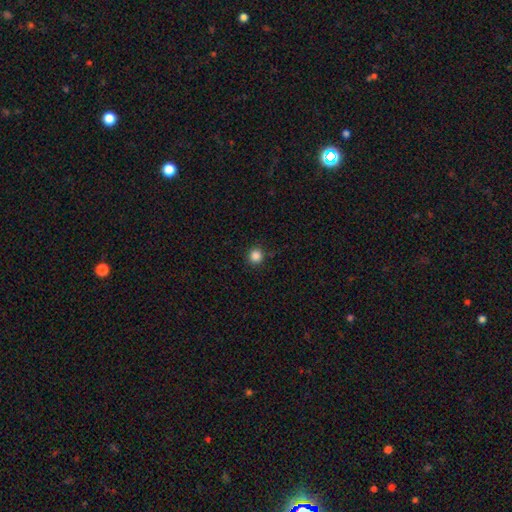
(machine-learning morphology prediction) type=smooth (86%); roundness=round (94%); merging=none (89%).